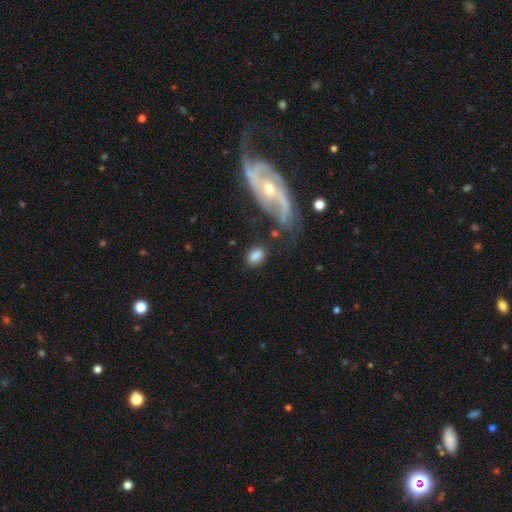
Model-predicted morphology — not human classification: Smooth or featured?
  - smooth: 78% *
  - featured or disk: 13%
  - star or artifact: 9%
How rounded?
  - in between: 83% *
  - round: 15%
  - cigar-shaped: 3%
Merging?
  - none: 63% *
  - minor disturbance: 17%
  - merger: 11%
  - major disturbance: 9%